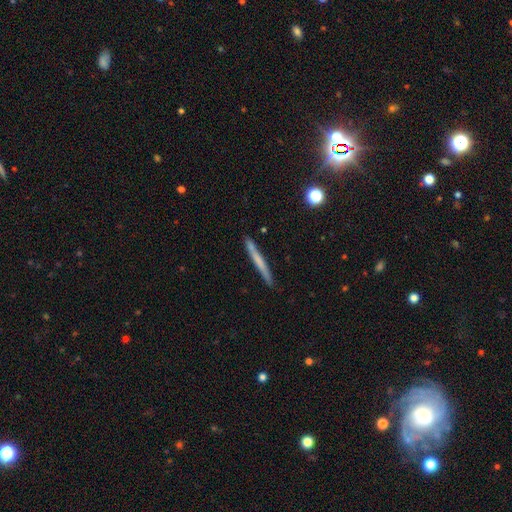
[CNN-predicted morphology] smooth-or-featured: smooth: 49% | featured or disk: 42% | star or artifact: 9%
  merging: none: 89% | minor disturbance: 8% | major disturbance: 2% | merger: 2%